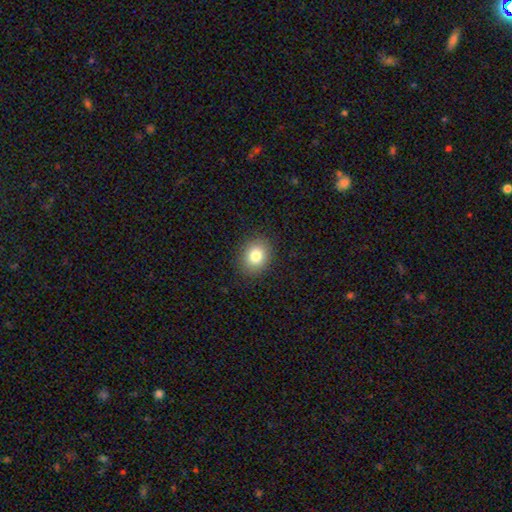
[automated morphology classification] This appears to be a smooth galaxy with no disk features (82%) that is round (57%). Merging: none (89%).